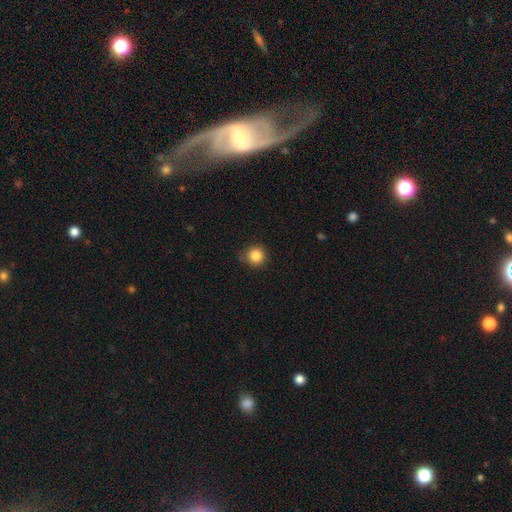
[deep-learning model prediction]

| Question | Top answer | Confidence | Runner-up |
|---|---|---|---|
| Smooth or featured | smooth | 85% | star or artifact (11%) |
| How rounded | round | 94% | in between (5%) |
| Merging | none | 83% | minor disturbance (13%) |